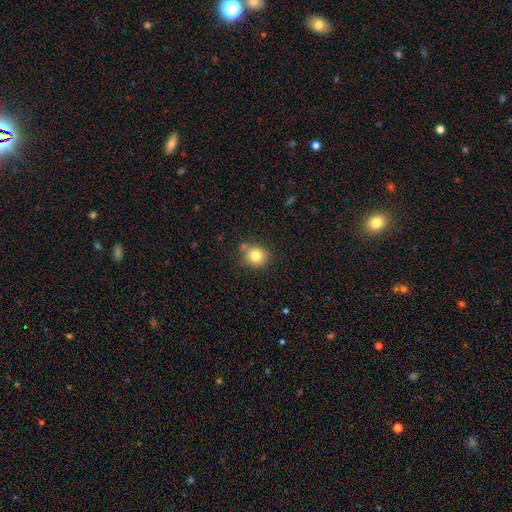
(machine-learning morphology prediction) Smooth or featured: smooth — 81% (star or artifact — 11%)
How rounded: round — 85% (in between — 14%)
Merging: none — 72% (minor disturbance — 14%)